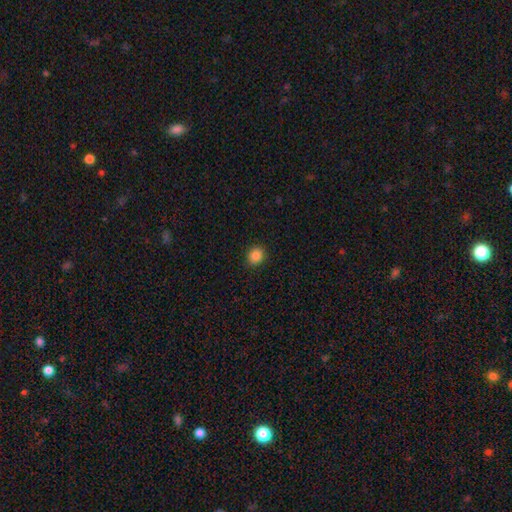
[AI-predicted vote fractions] This appears to be a smooth galaxy with no disk features (86%) that is round (77%). Merging: none (91%).